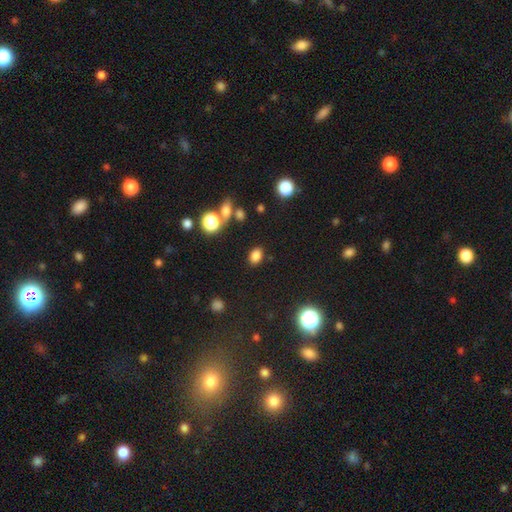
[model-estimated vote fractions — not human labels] This appears to be a smooth galaxy with no disk features (81%) that is in between round and cigar-shaped (73%). Merging: none (84%).